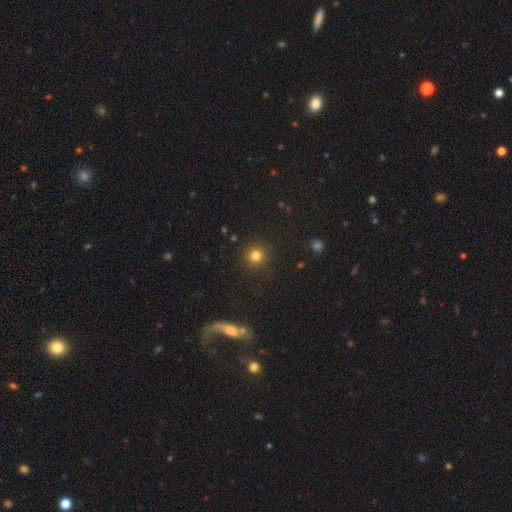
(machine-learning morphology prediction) Smooth or featured? smooth (80%)
How rounded? round (94%)
Merging? none (90%)